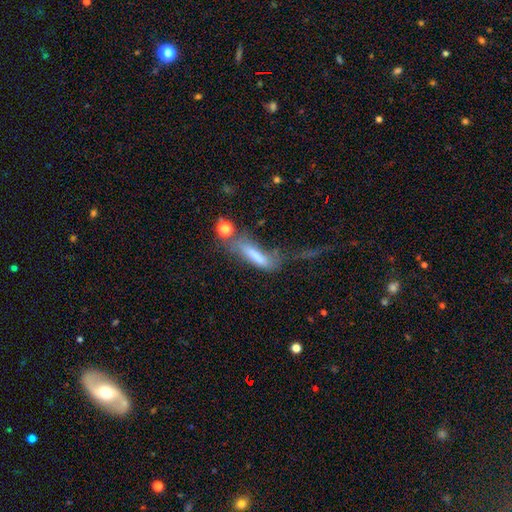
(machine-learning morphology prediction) Smooth or featured: smooth — 63% (featured or disk — 25%)
How rounded: cigar-shaped — 71% (in between — 25%)
Merging: major disturbance — 38% (none — 26%)